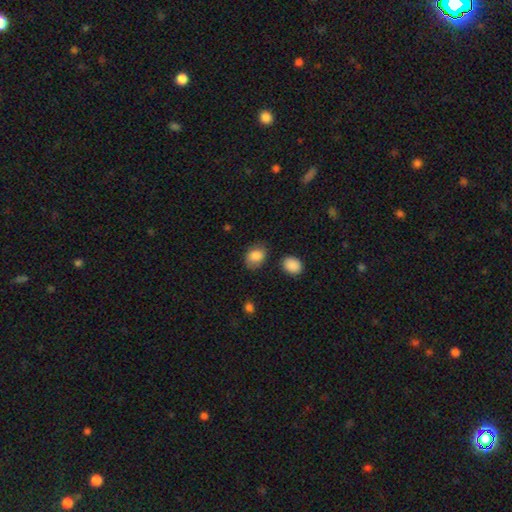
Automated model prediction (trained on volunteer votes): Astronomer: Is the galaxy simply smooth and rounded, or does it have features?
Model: smooth — 85%.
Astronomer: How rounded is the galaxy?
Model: in between — 67%.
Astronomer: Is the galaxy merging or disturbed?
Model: none — 72%.